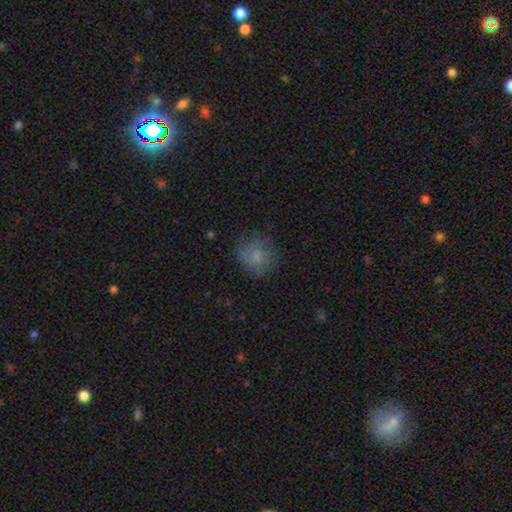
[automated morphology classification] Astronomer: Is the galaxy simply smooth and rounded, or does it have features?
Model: smooth — 72%.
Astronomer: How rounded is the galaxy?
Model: round — 74%.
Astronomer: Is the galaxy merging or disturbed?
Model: none — 70%.